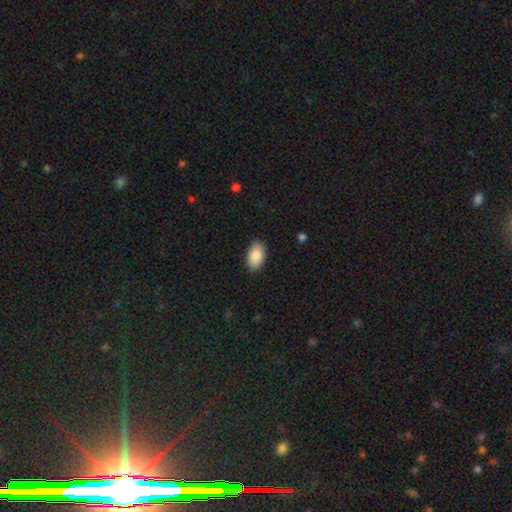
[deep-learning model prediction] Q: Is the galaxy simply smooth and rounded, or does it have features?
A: smooth — 86%.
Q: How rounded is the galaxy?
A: in between — 93%.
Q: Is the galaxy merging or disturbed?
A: none — 88%.